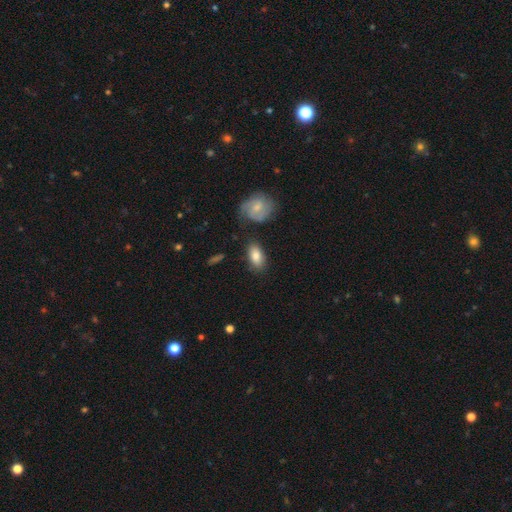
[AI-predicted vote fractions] This is clearly a smooth galaxy (82%). How rounded: clearly in between (90%). Merging: likely none (78%).